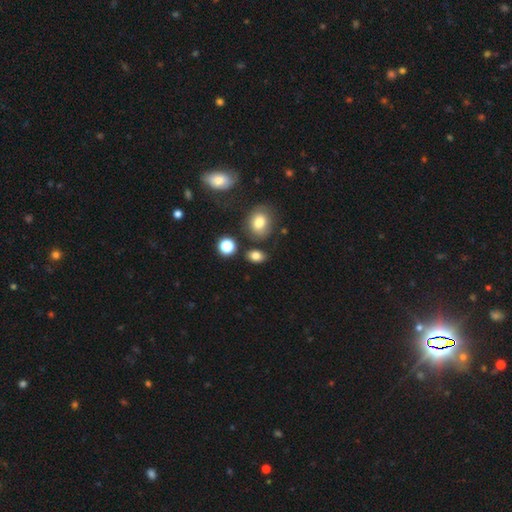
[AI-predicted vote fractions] Smooth or featured: smooth — 80% (star or artifact — 13%)
How rounded: in between — 72% (round — 27%)
Merging: none — 77% (minor disturbance — 13%)